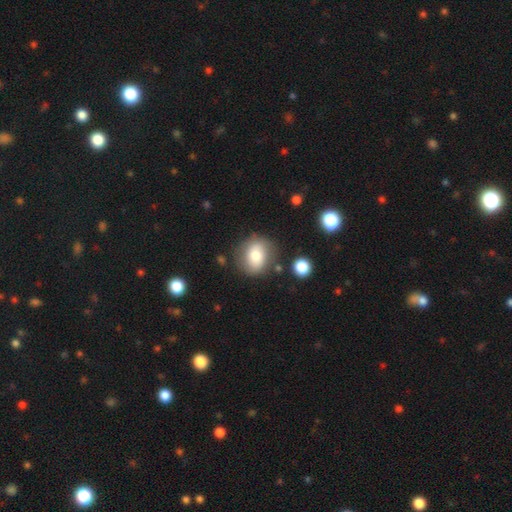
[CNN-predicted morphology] A smooth galaxy with no disk features (72%) that is round (62%). Merging: none (76%).